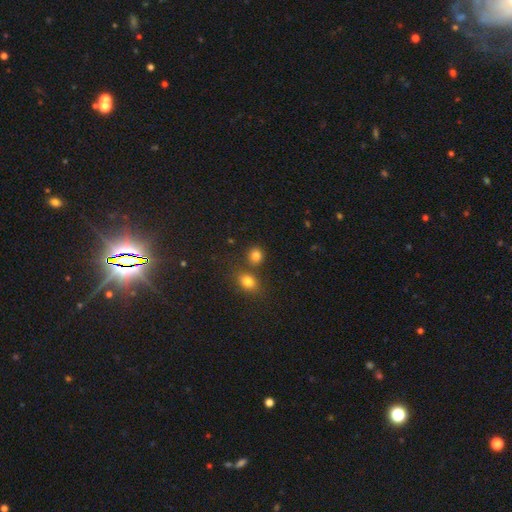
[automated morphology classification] smooth-or-featured: smooth: 81% | star or artifact: 13% | featured or disk: 6%
  how-rounded: round: 76% | in between: 23% | cigar-shaped: 1%
  merging: none: 69% | merger: 18% | minor disturbance: 9% | major disturbance: 3%